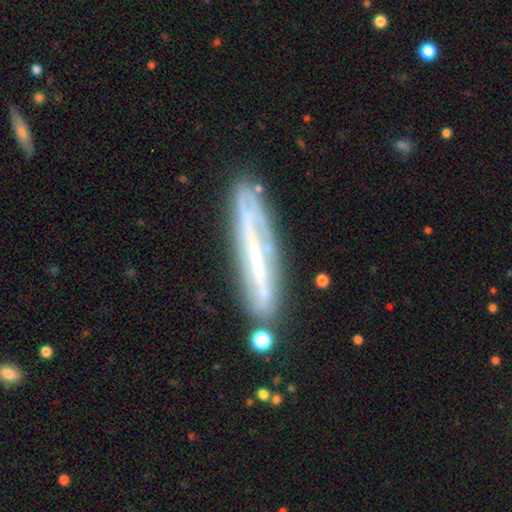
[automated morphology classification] Q: Smooth or featured?
A: featured or disk (67%); runner-up: smooth (24%)
Q: Edge-on disk?
A: yes (66%); runner-up: no (34%)
Q: Merging?
A: none (72%); runner-up: minor disturbance (18%)